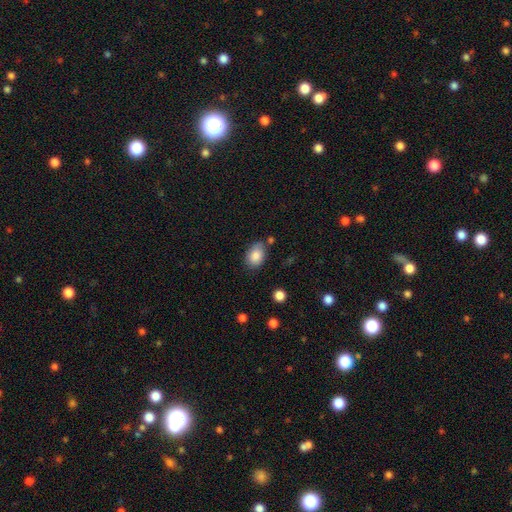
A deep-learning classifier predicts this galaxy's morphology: Smooth or featured? Predicted: smooth (p=0.86). How rounded? Predicted: in between (p=0.79). Merging? Predicted: none (p=0.70).